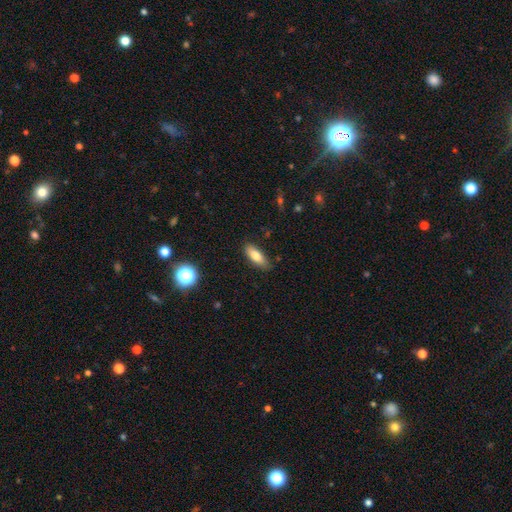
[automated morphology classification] smooth 77%, featured or disk 15%, star or artifact 8%. Down the decision tree: how rounded — in between (70%); merging — none (85%).